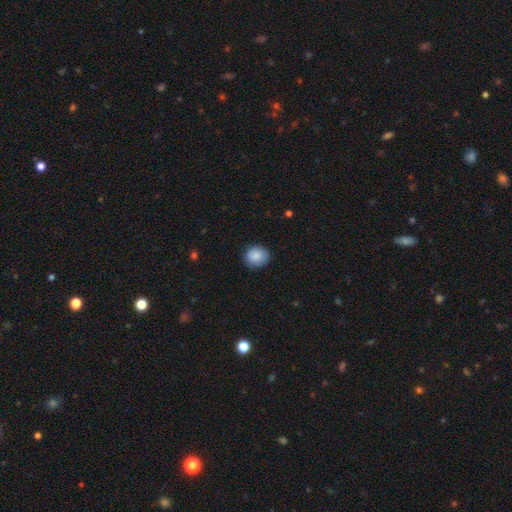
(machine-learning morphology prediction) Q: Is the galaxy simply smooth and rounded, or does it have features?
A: smooth — 87%.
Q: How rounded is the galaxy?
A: round — 78%.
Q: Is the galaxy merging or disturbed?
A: none — 87%.